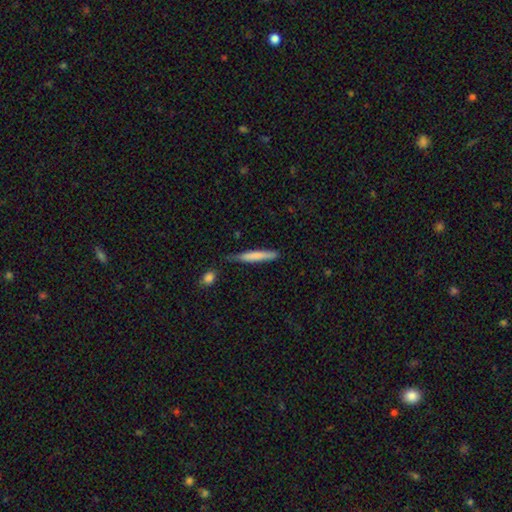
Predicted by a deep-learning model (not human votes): Q: Smooth or featured?
A: smooth (75%); runner-up: featured or disk (20%)
Q: How rounded?
A: cigar-shaped (94%); runner-up: in between (5%)
Q: Merging?
A: none (68%); runner-up: minor disturbance (23%)